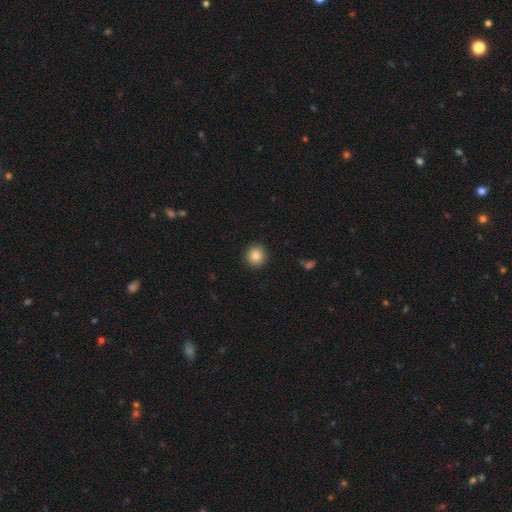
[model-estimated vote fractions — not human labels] smooth 86%, star or artifact 9%, featured or disk 4%. Down the decision tree: how rounded — round (90%); merging — none (91%).